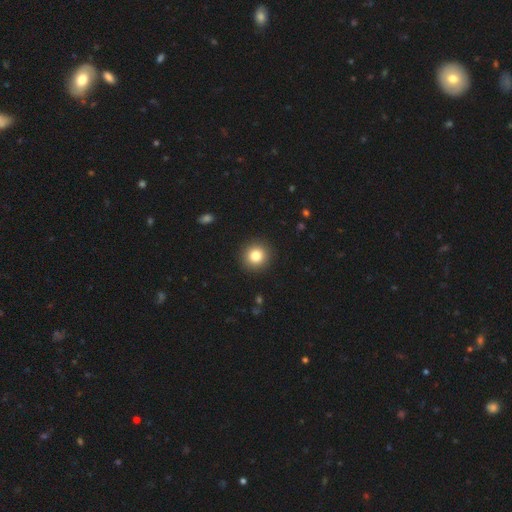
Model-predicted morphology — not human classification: Smooth or featured: smooth — 82% (star or artifact — 11%)
How rounded: round — 93% (in between — 6%)
Merging: none — 92% (minor disturbance — 5%)